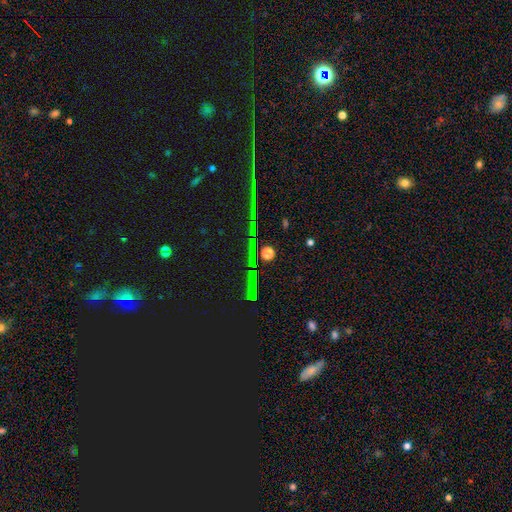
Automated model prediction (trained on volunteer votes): Smooth or featured? star or artifact (63%)